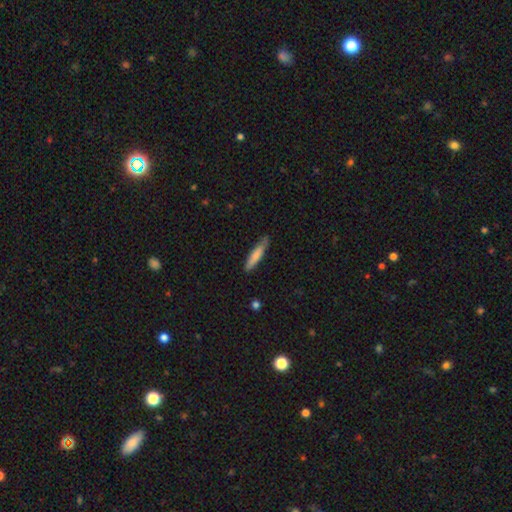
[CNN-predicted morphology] Smooth or featured?
  - smooth: 76% *
  - featured or disk: 18%
  - star or artifact: 5%
How rounded?
  - cigar-shaped: 87% *
  - in between: 12%
  - round: 1%
Merging?
  - none: 80% *
  - minor disturbance: 16%
  - major disturbance: 2%
  - merger: 1%